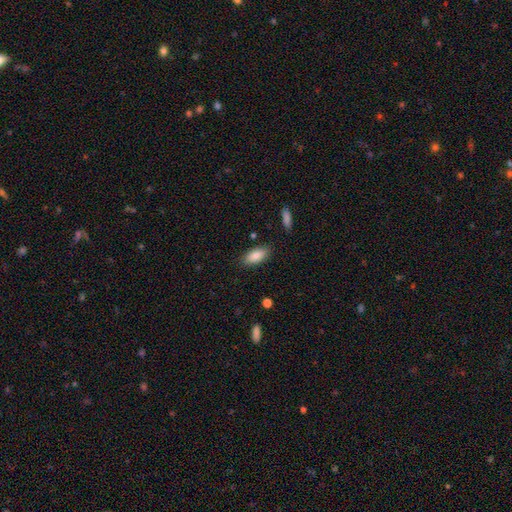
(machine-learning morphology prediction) This is clearly a smooth galaxy (87%). How rounded: clearly in between (87%). Merging: clearly none (85%).